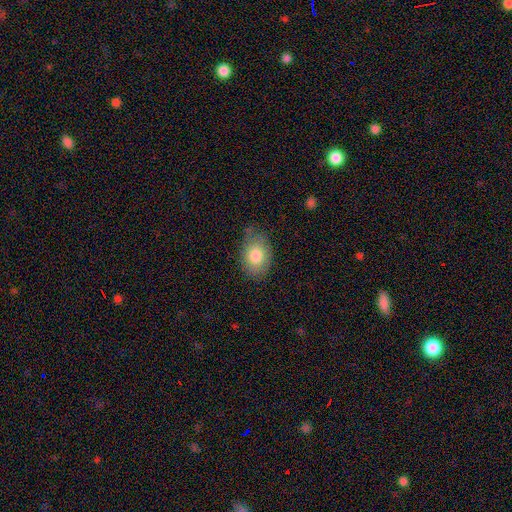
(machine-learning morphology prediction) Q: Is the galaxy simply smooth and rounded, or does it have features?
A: smooth — 80%.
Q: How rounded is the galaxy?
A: in between — 82%.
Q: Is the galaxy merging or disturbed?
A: none — 70%.